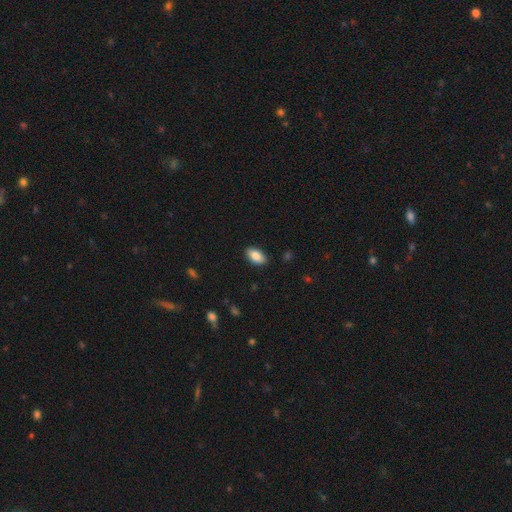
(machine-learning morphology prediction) A smooth galaxy with no disk features (85%) that is in between round and cigar-shaped (93%).

Vote fractions:
- Smooth or featured? smooth: 85% / featured or disk: 8% / star or artifact: 7%
- How rounded? in between: 93% / round: 4% / cigar-shaped: 3%
- Merging? none: 88% / minor disturbance: 9% / major disturbance: 2% / merger: 1%